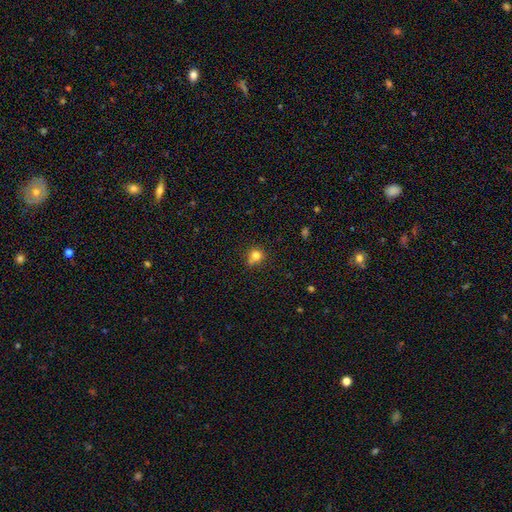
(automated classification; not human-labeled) Smooth or featured: smooth — 80% (star or artifact — 13%)
How rounded: round — 85% (in between — 14%)
Merging: none — 61% (merger — 18%)